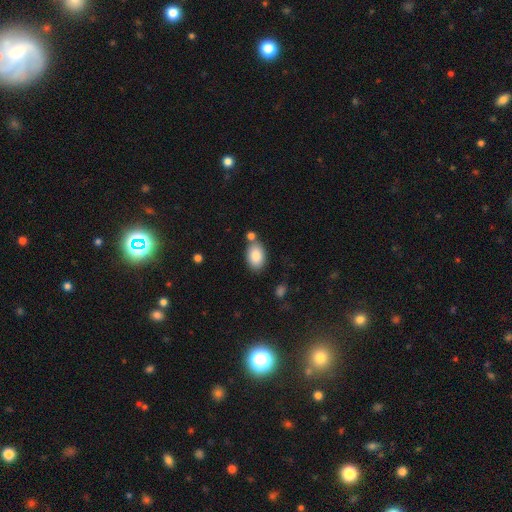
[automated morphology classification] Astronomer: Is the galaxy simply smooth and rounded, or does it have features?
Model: smooth — 86%.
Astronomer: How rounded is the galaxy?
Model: in between — 90%.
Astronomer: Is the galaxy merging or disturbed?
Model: none — 71%.